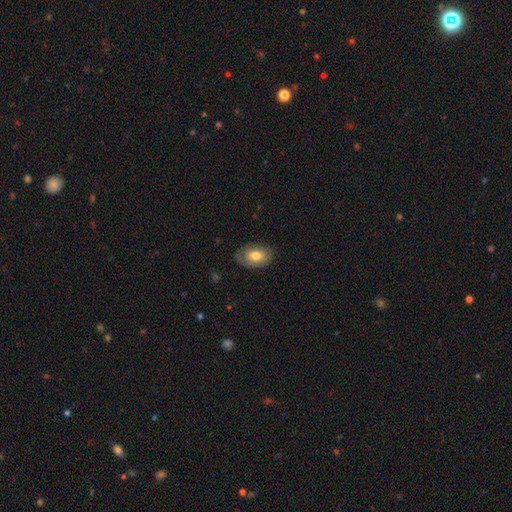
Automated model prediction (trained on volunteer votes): Overall: smooth (65%; featured or disk 28%). How rounded: in between (87%). Merging: none (74%).